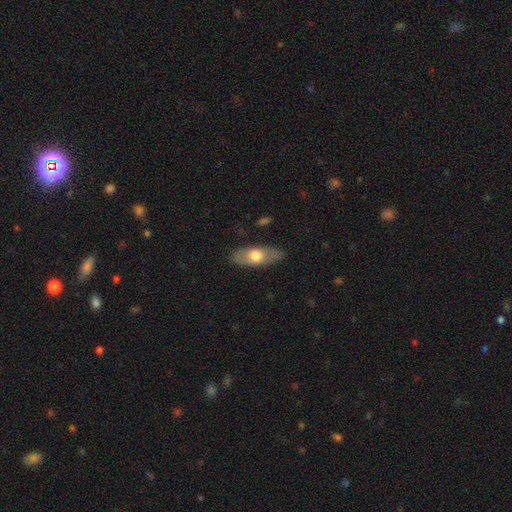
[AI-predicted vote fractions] smooth_or_featured: smooth (p=0.57) [alt: featured or disk p=0.38]
how_rounded: in between (p=0.78) [alt: cigar-shaped p=0.19]
merging: none (p=0.82) [alt: minor disturbance p=0.13]